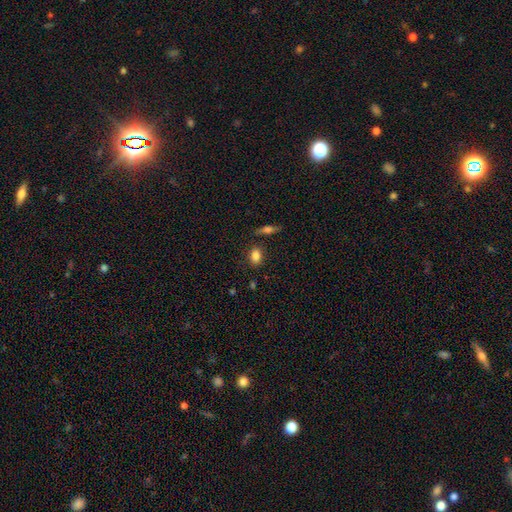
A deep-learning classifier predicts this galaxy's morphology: This appears to be a smooth galaxy with no disk features (83%) that is in between round and cigar-shaped (71%). Merging: none (81%).